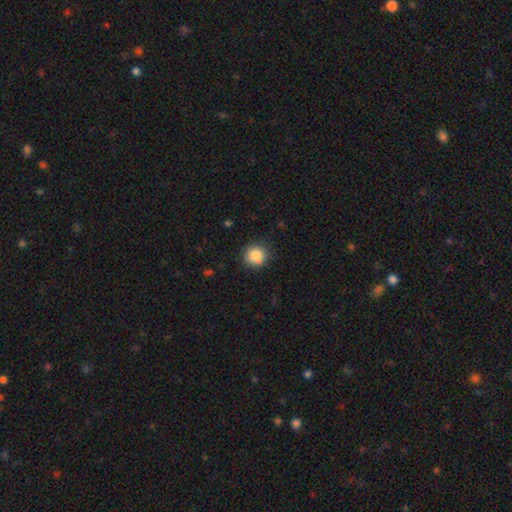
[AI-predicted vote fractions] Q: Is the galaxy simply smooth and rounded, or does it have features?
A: smooth — 86%.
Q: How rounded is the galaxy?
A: round — 91%.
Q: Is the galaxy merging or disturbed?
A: none — 83%.